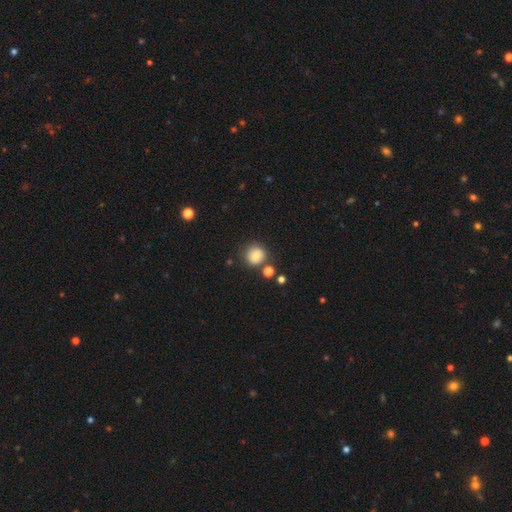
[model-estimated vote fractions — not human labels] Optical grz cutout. It shows a smooth galaxy with no disk features (76%) that is round (90%). Merging: none (74%).